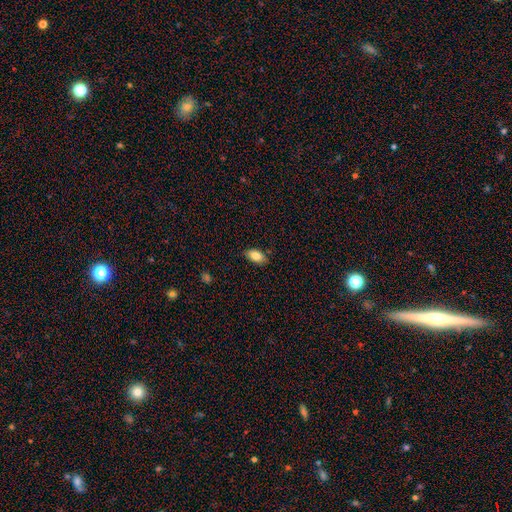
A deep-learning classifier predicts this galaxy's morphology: Smooth or featured: smooth — 85% (featured or disk — 8%)
How rounded: in between — 92% (round — 5%)
Merging: none — 85% (minor disturbance — 11%)